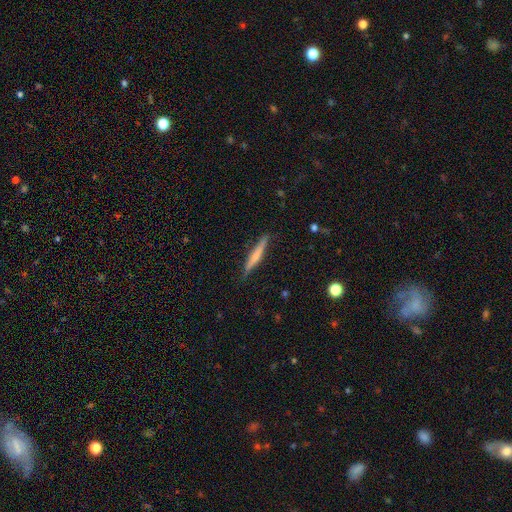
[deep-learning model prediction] Morphology: type=smooth (48%); merging=none (86%).